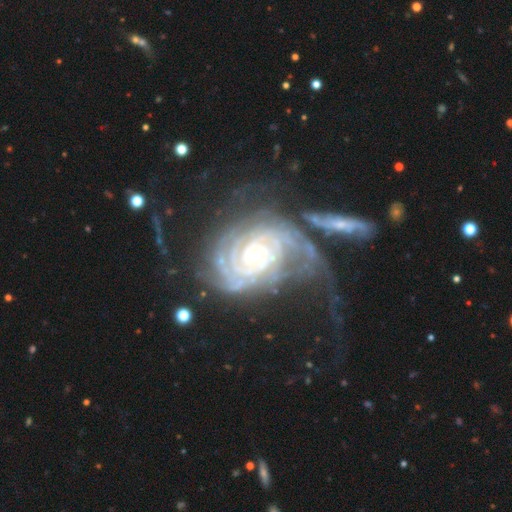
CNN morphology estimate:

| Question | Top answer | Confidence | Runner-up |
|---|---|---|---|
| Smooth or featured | featured or disk | 91% | star or artifact (5%) |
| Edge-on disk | no | 97% | yes (3%) |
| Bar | no | 69% | weak (20%) |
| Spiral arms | yes | 98% | no (2%) |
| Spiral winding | tight | 83% | medium (13%) |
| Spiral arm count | can't tell | 25% | 2 (24%) |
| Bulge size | small | 56% | moderate (40%) |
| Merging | none | 38% | major disturbance (25%) |